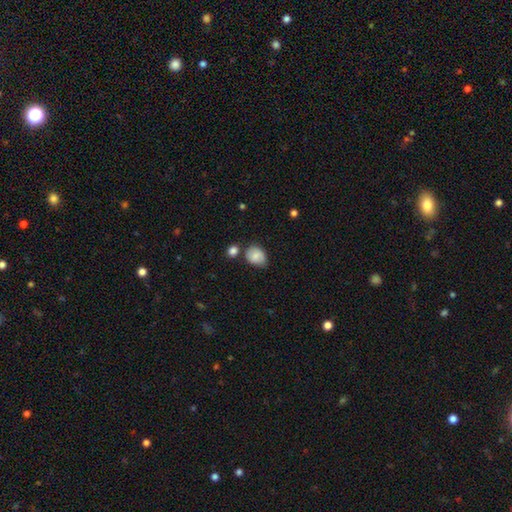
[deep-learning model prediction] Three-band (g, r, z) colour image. It shows a smooth galaxy with no disk features (82%) that is in between round and cigar-shaped (58%). Merging: none (62%).